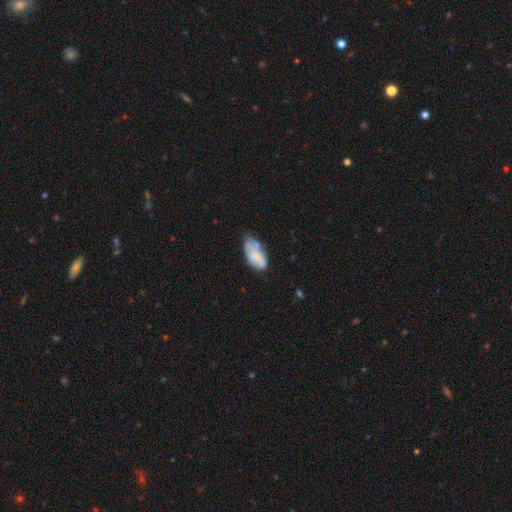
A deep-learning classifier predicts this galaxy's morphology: smooth_or_featured: smooth (p=0.57) [alt: featured or disk p=0.35]
how_rounded: in between (p=0.92) [alt: cigar-shaped p=0.04]
merging: none (p=0.39) [alt: minor disturbance p=0.33]